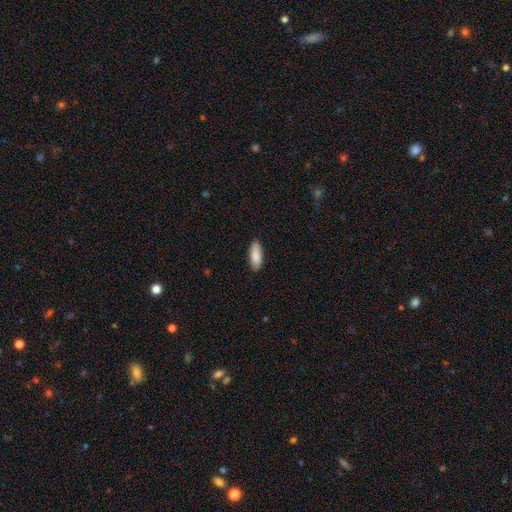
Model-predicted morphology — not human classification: Smooth or featured: smooth — 88% (featured or disk — 7%)
How rounded: in between — 72% (cigar-shaped — 27%)
Merging: none — 88% (minor disturbance — 9%)